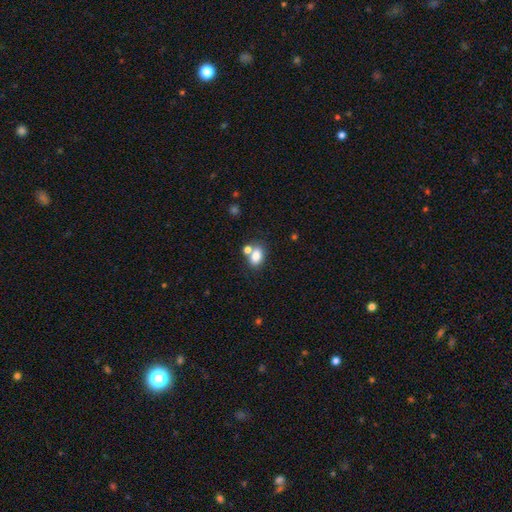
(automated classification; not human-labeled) Q: Smooth or featured?
A: smooth (81%); runner-up: star or artifact (10%)
Q: How rounded?
A: in between (79%); runner-up: round (19%)
Q: Merging?
A: none (55%); runner-up: merger (30%)